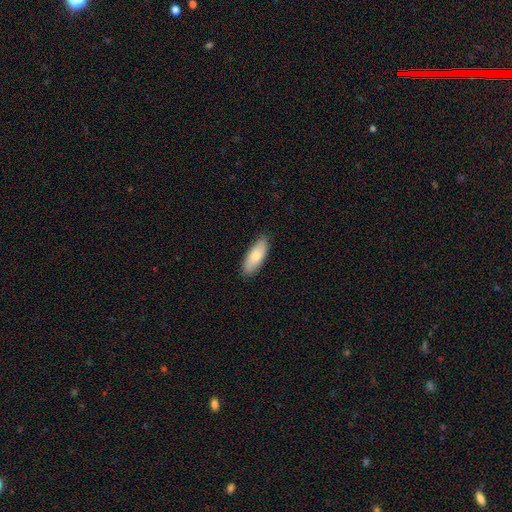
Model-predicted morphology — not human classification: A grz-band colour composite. It shows a smooth galaxy with no disk features (76%) that is in between round and cigar-shaped (74%). Merging: none (87%).